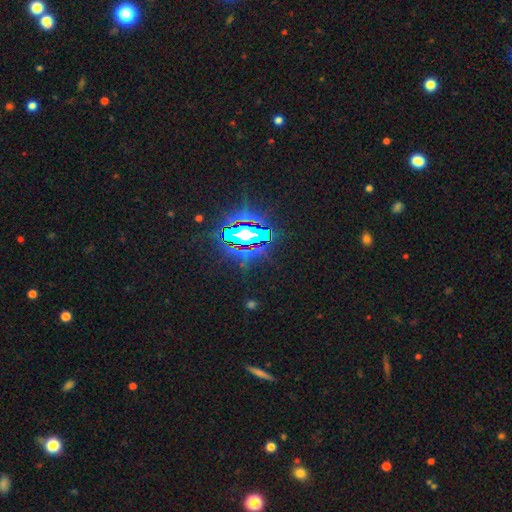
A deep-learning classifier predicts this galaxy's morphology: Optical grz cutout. It shows a star or artifact, not a galaxy (85%).